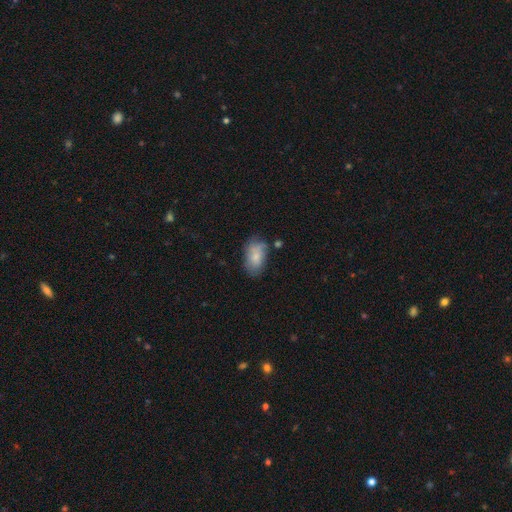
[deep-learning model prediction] The model was most divided on "merging": none: 58%, minor disturbance: 28%, major disturbance: 8%, merger: 6%. More confident: how rounded — in between (91%); smooth or featured — smooth (77%).